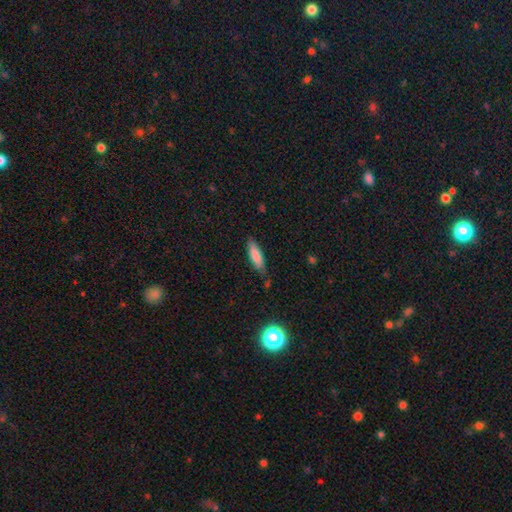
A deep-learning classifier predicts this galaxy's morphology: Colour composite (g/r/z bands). It shows a smooth galaxy with no disk features (83%) that is cigar-shaped (53%). Merging: none (79%).